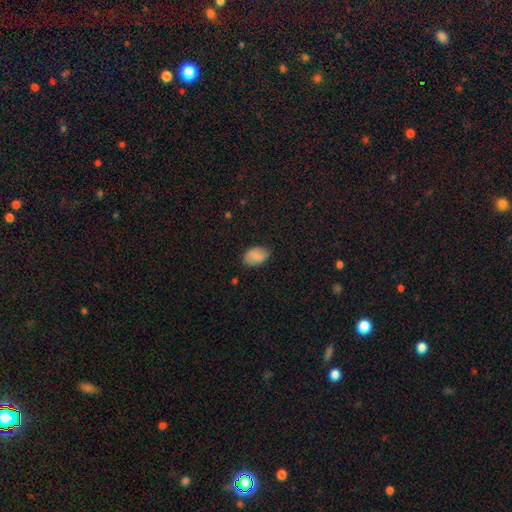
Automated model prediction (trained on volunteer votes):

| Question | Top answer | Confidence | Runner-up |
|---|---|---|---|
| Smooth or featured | smooth | 82% | featured or disk (10%) |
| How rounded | in between | 86% | round (13%) |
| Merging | none | 77% | minor disturbance (18%) |